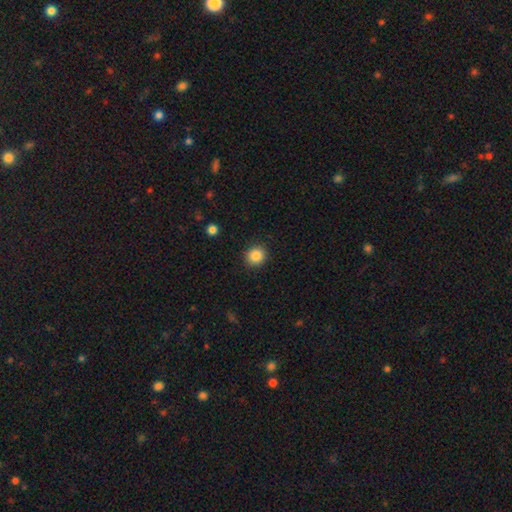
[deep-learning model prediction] smooth_or_featured: smooth (p=0.86) [alt: star or artifact p=0.10]
how_rounded: round (p=0.89) [alt: in between p=0.10]
merging: none (p=0.91) [alt: minor disturbance p=0.06]